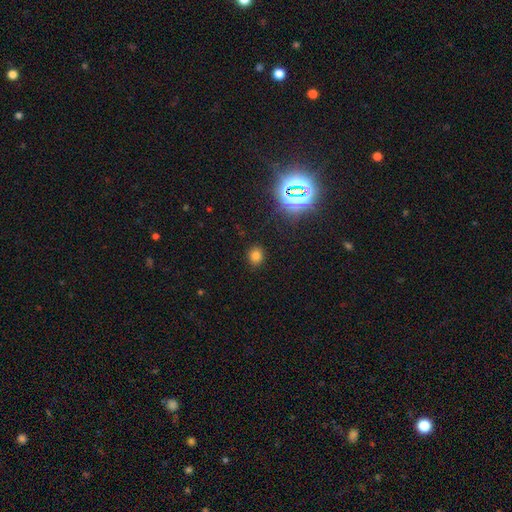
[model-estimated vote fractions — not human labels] Smooth or featured? Predicted: smooth (p=0.74). How rounded? Predicted: round (p=0.68). Merging? Predicted: none (p=0.87).